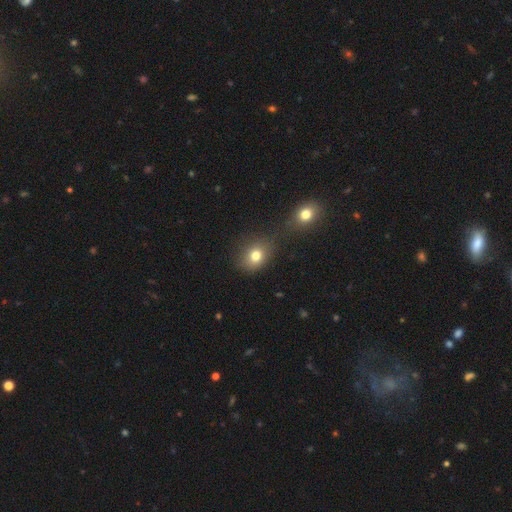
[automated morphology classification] Smooth or featured: smooth — 77% (star or artifact — 13%)
How rounded: round — 56% (in between — 43%)
Merging: none — 63% (merger — 18%)